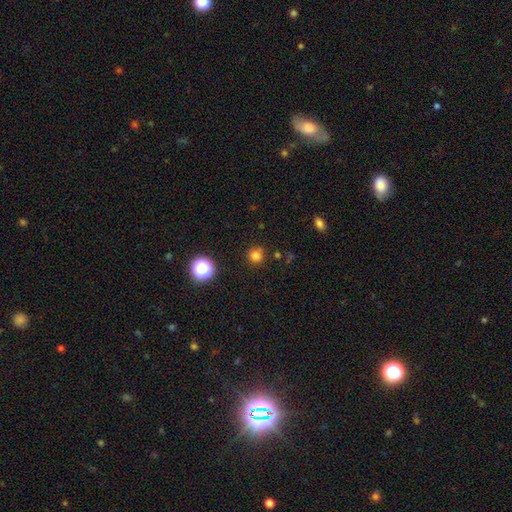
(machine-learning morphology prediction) A smooth galaxy with no disk features (78%) that is round (91%).

Vote fractions:
- Smooth or featured? smooth: 78% / star or artifact: 16% / featured or disk: 6%
- How rounded? round: 91% / in between: 8% / cigar-shaped: 1%
- Merging? none: 81% / minor disturbance: 12% / merger: 4% / major disturbance: 3%